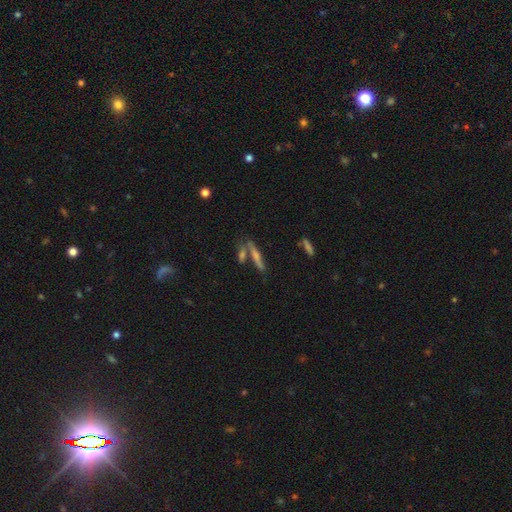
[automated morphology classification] Smooth or featured? Predicted: featured or disk (p=0.43). Merging? Predicted: none (p=0.58).